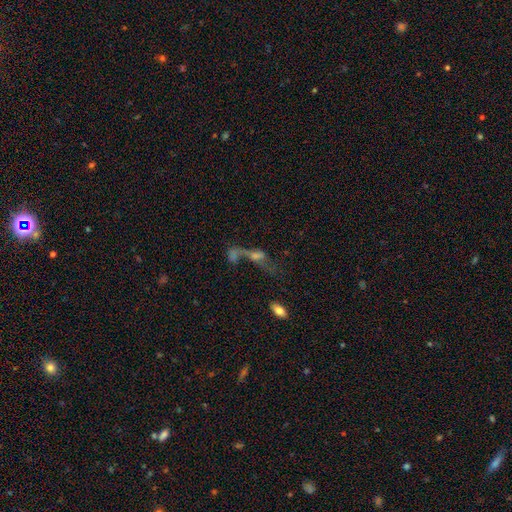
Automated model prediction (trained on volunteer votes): Overall: featured or disk (47%; smooth 30%). Merging: merger (52%; none 20%).